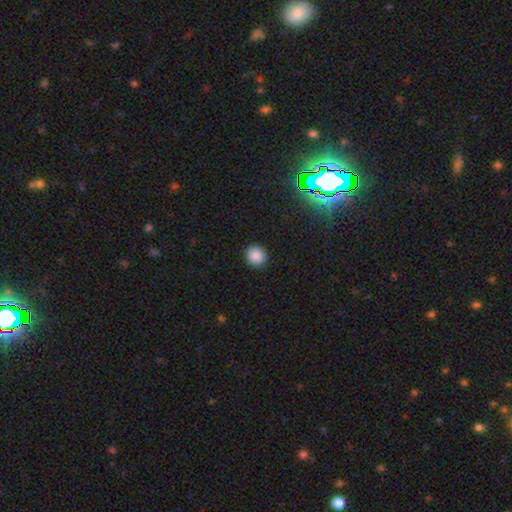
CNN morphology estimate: smooth-or-featured: smooth: 87% | star or artifact: 10% | featured or disk: 3%
  how-rounded: round: 89% | in between: 10% | cigar-shaped: 1%
  merging: none: 92% | minor disturbance: 6% | major disturbance: 2% | merger: 1%